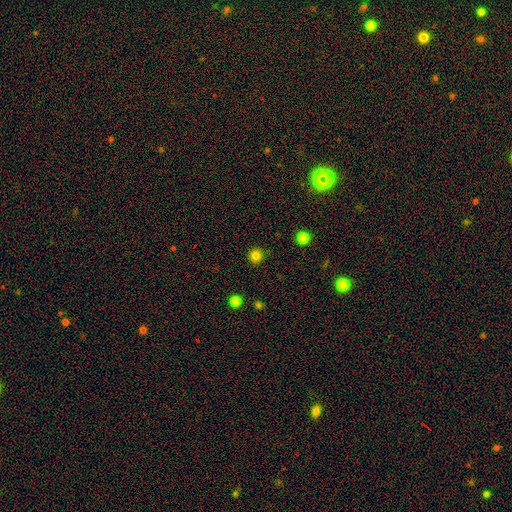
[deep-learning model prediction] Overall: smooth (81%). How rounded: round (95%). Merging: none (92%).